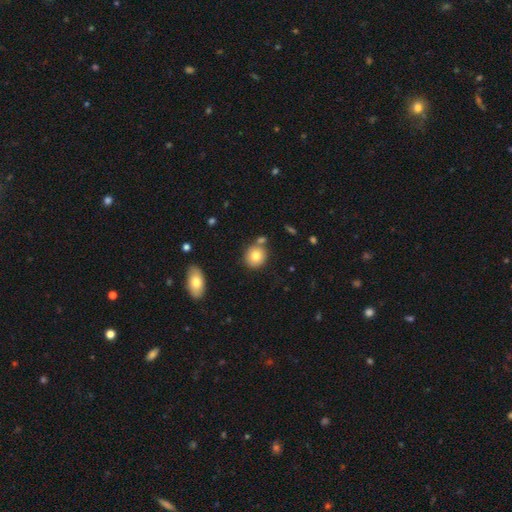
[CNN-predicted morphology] This appears to be a smooth galaxy with no disk features (79%) that is round (83%). Merging: none (71%).